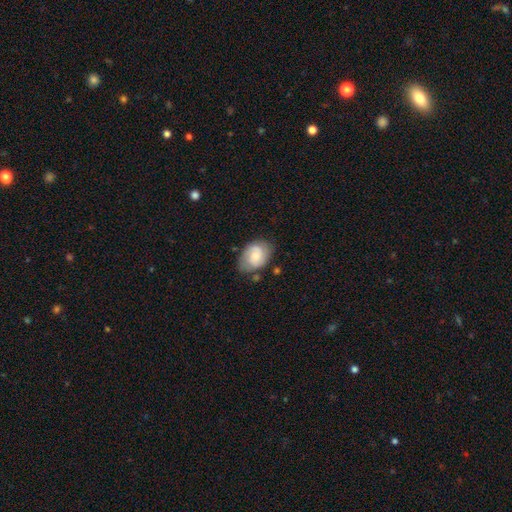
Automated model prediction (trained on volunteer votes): This appears to be a smooth galaxy with no disk features (48%). Merging: none (65%).